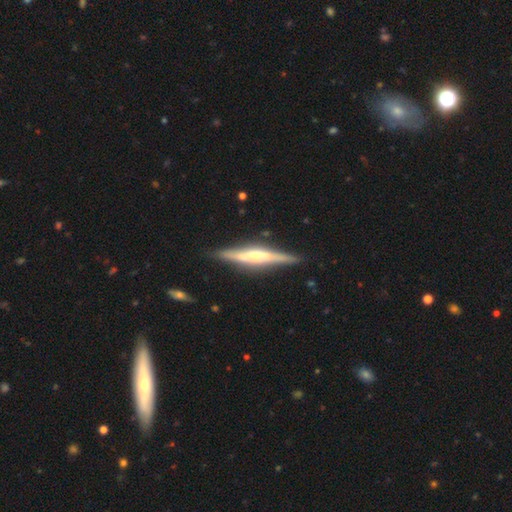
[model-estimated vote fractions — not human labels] A featured or disk galaxy (77%) viewed edge-on (97%) with a rounded central bulge (62%).

Vote fractions:
- Smooth or featured? featured or disk: 77% / smooth: 17% / star or artifact: 6%
- Edge-on disk? yes: 97% / no: 3%
- Edge-on bulge? rounded: 62% / boxy: 24% / none: 14%
- Merging? none: 87% / minor disturbance: 10% / major disturbance: 2% / merger: 2%